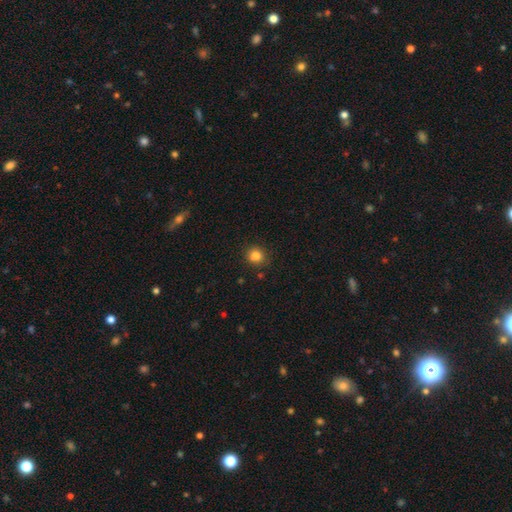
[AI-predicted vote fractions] This is clearly a smooth galaxy (84%). How rounded: clearly round (83%). Merging: clearly none (83%).